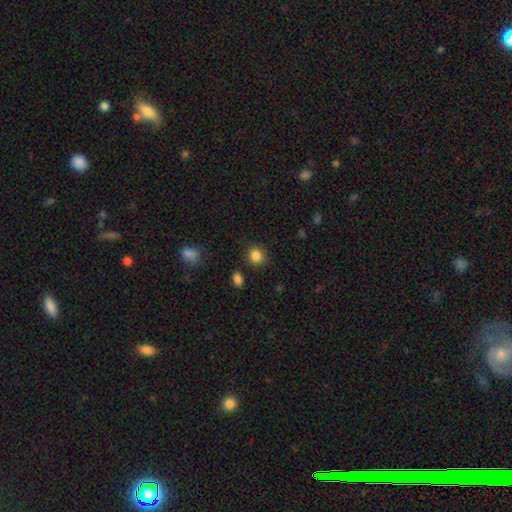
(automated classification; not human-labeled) smooth_or_featured: smooth (p=0.86) [alt: star or artifact p=0.11]
how_rounded: round (p=0.84) [alt: in between p=0.15]
merging: none (p=0.85) [alt: minor disturbance p=0.09]